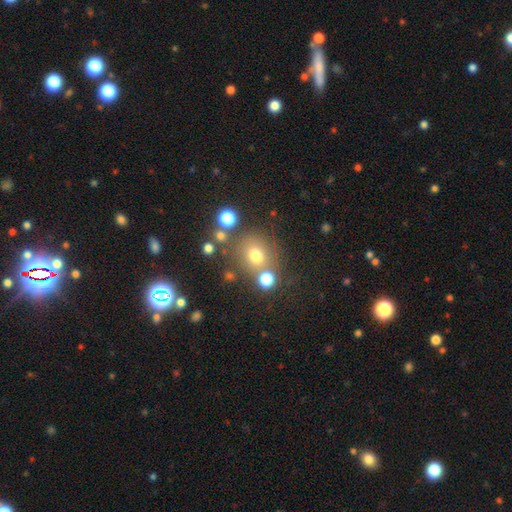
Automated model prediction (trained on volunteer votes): Overall: smooth (70%). How rounded: round (83%). Merging: none (68%).